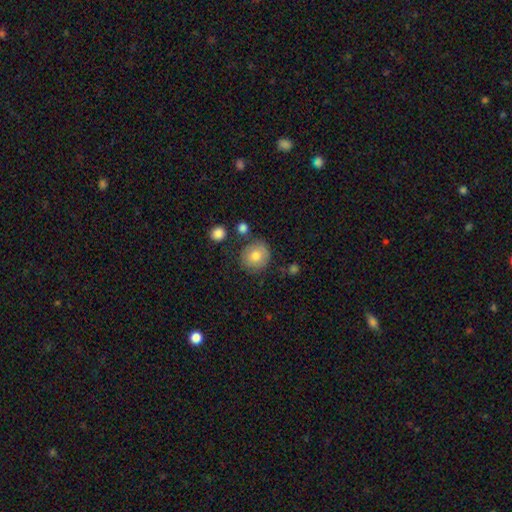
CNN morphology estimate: smooth 78%, featured or disk 14%, star or artifact 9%. Down the decision tree: how rounded — round (85%); merging — none (78%).